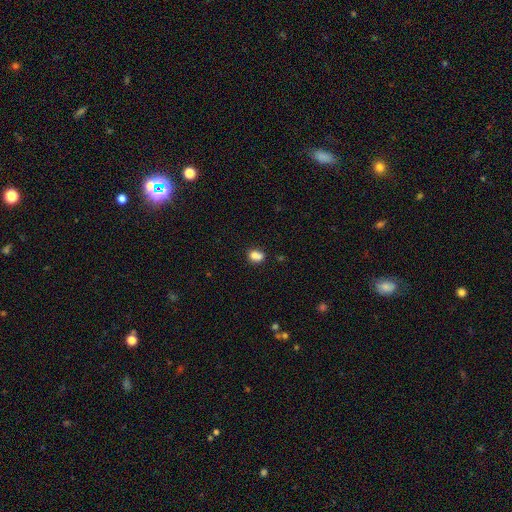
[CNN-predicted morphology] This is likely a smooth galaxy (78%). How rounded: possibly in between (50%). Merging: possibly none (47%).